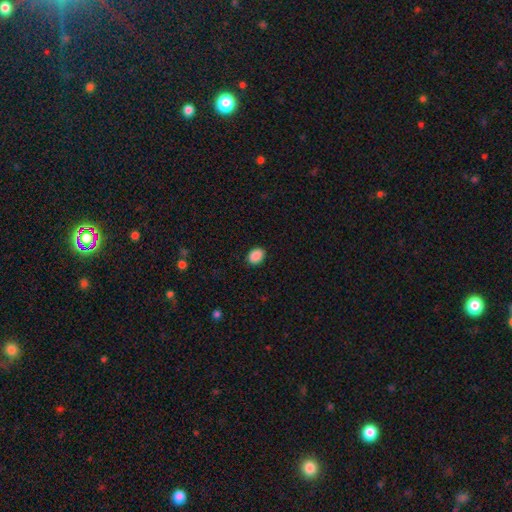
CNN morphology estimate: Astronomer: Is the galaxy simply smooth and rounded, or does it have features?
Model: smooth — 90%.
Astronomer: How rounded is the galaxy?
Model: in between — 68%.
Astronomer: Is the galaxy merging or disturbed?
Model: none — 90%.